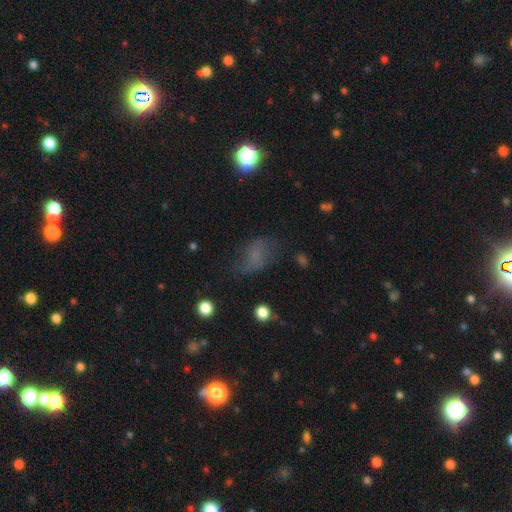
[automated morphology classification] The model was most divided on "merging": none: 52%, minor disturbance: 26%, major disturbance: 20%, merger: 3%. More confident: how rounded — in between (81%); smooth or featured — smooth (53%).